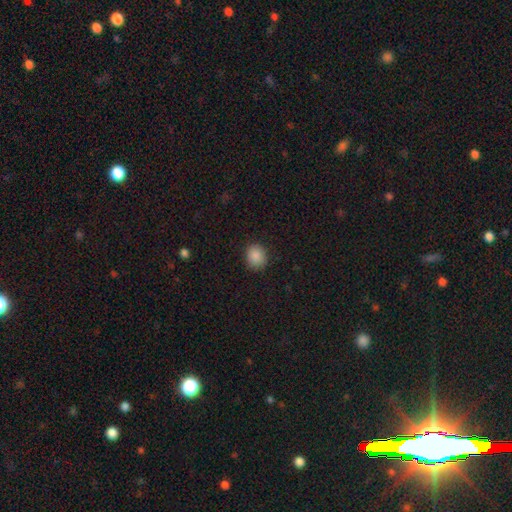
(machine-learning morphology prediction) type=smooth (87%); roundness=round (72%); merging=none (87%).